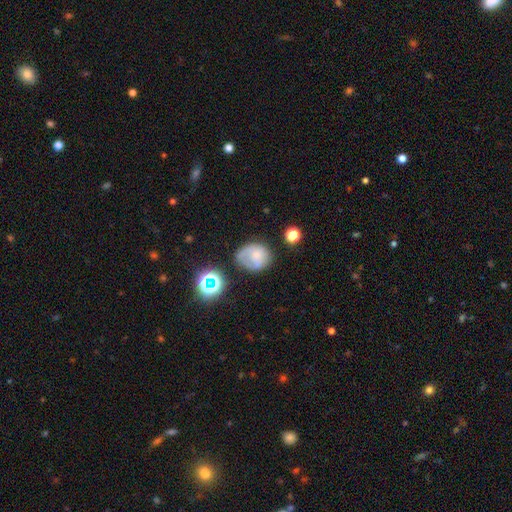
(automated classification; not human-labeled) This appears to be a smooth galaxy with no disk features (57%) that is round (60%). Merging: none (45%).